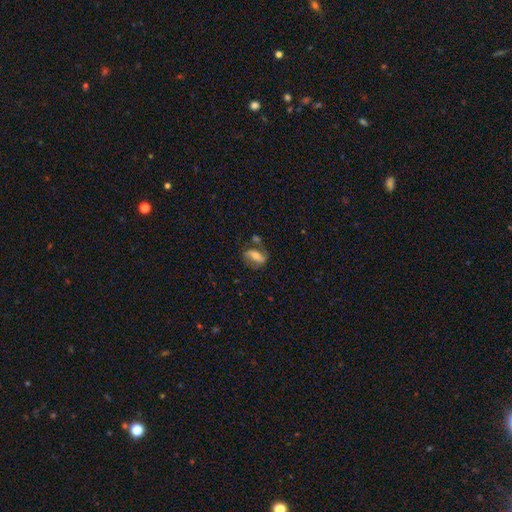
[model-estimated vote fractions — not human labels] smooth_or_featured: featured or disk (p=0.57) [alt: smooth p=0.35]
disk_edge_on: no (p=0.90) [alt: yes p=0.10]
bar: strong (p=0.43) [alt: no p=0.29]
has_spiral_arms: yes (p=0.73) [alt: no p=0.27]
bulge_size: moderate (p=0.65) [alt: small p=0.25]
merging: none (p=0.58) [alt: minor disturbance p=0.19]